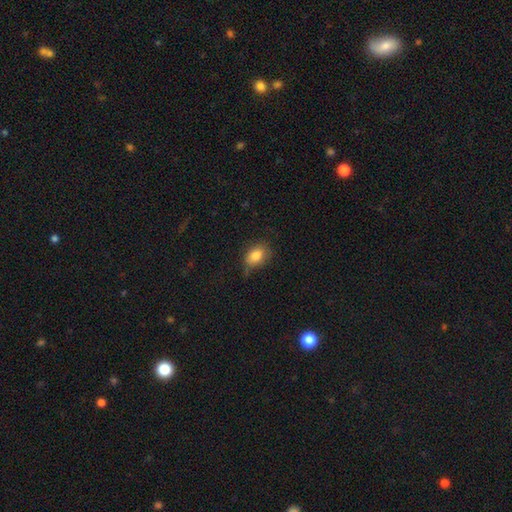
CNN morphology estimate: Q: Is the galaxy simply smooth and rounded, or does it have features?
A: smooth — 82%.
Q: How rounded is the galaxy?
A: in between — 76%.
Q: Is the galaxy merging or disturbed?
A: none — 64%.